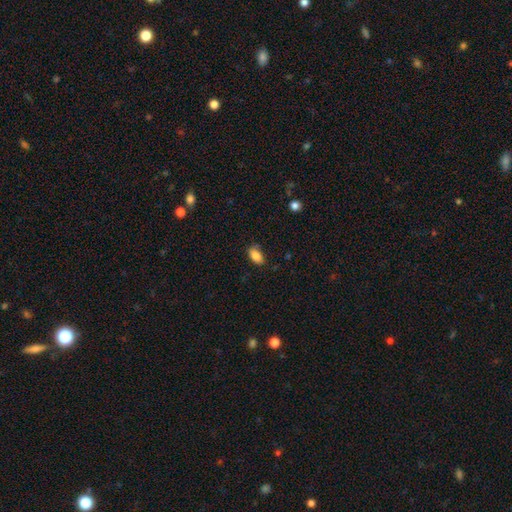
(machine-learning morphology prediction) Smooth or featured? Predicted: smooth (p=0.86). How rounded? Predicted: in between (p=0.91). Merging? Predicted: none (p=0.72).